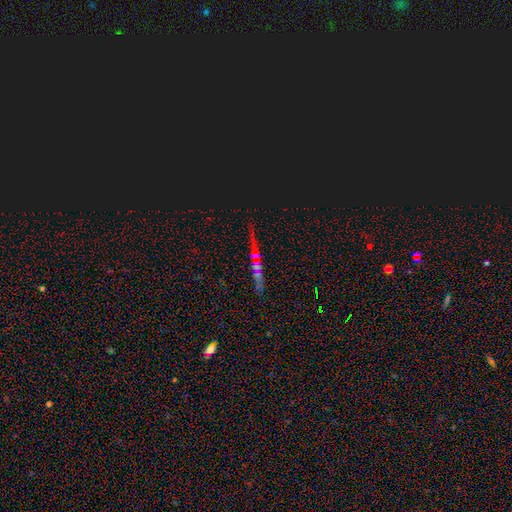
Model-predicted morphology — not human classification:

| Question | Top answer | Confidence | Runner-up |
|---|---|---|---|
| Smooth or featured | star or artifact | 48% | featured or disk (30%) |